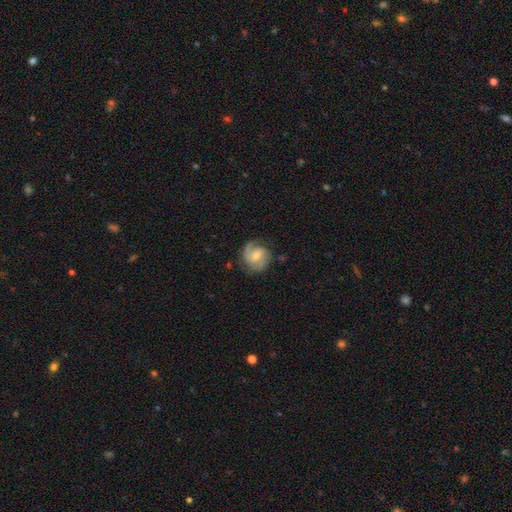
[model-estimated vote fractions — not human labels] The model was most divided on "bulge size": moderate: 50%, small: 44%, none: 2%, large: 2%, dominant: 1%. Remaining: edge-on disk — no (98%); spiral arms — yes (93%); smooth or featured — featured or disk (71%); merging — none (70%); spiral arm count — 2 (66%); bar — no (49%); spiral winding — medium (45%).